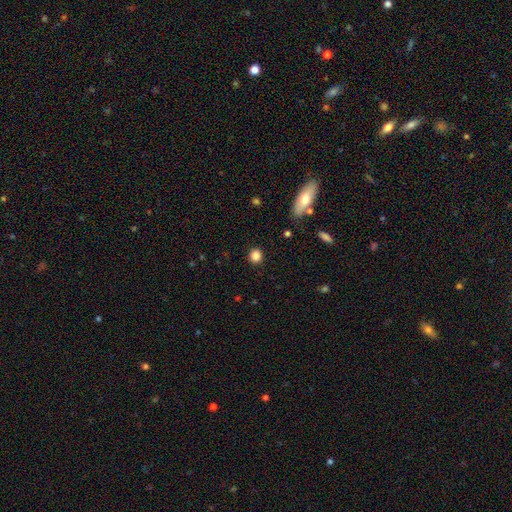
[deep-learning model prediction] smooth 85%, star or artifact 11%, featured or disk 5%. Down the decision tree: how rounded — round (86%); merging — none (91%).